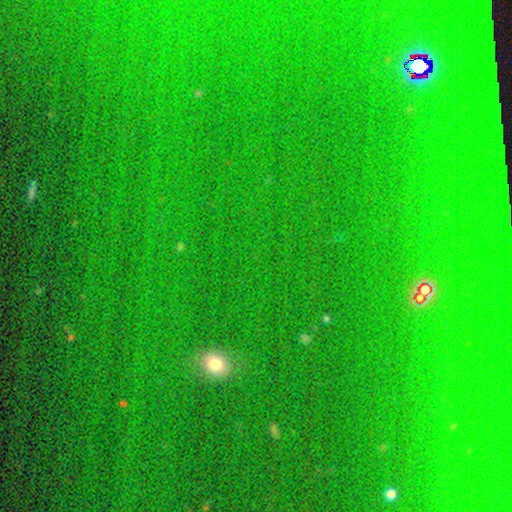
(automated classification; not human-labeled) A star or artifact, not a galaxy (54%).

Vote fractions:
- Smooth or featured? star or artifact: 54% / smooth: 38% / featured or disk: 8%